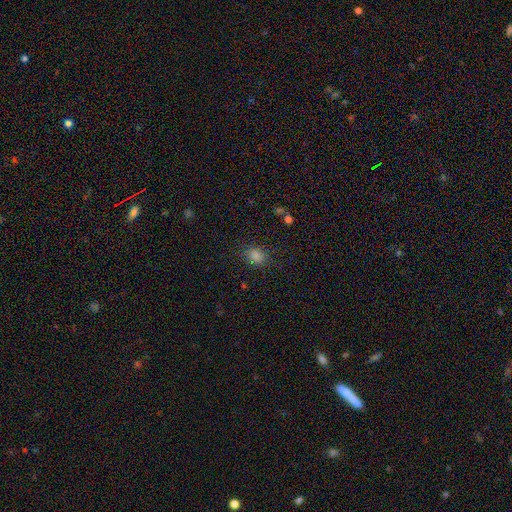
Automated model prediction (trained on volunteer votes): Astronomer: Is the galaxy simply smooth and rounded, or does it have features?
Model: smooth — 80%.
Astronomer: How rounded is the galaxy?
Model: in between — 53% (runner-up: round, 46%).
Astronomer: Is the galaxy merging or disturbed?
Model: none — 83%.